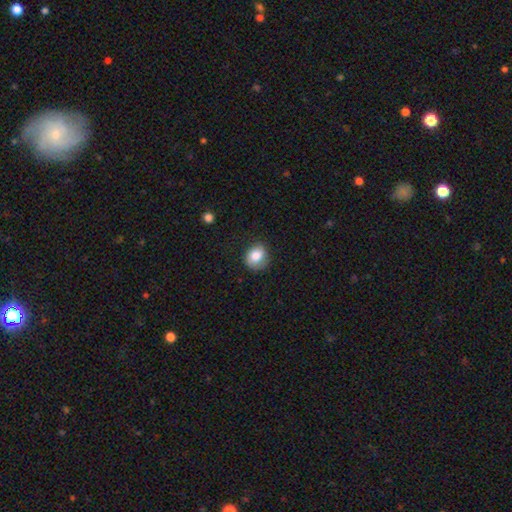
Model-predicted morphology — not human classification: Smooth or featured?
  - smooth: 83% *
  - featured or disk: 9%
  - star or artifact: 8%
How rounded?
  - round: 65% *
  - in between: 34%
  - cigar-shaped: 1%
Merging?
  - none: 73% *
  - minor disturbance: 21%
  - major disturbance: 6%
  - merger: 1%